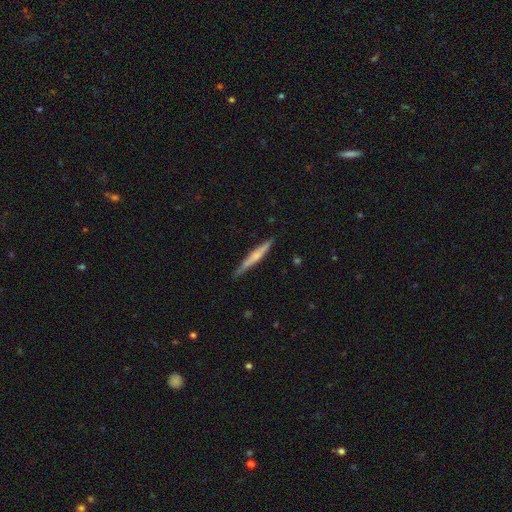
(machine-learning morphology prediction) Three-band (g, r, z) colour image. It shows a featured or disk galaxy (49%). Merging: none (85%).